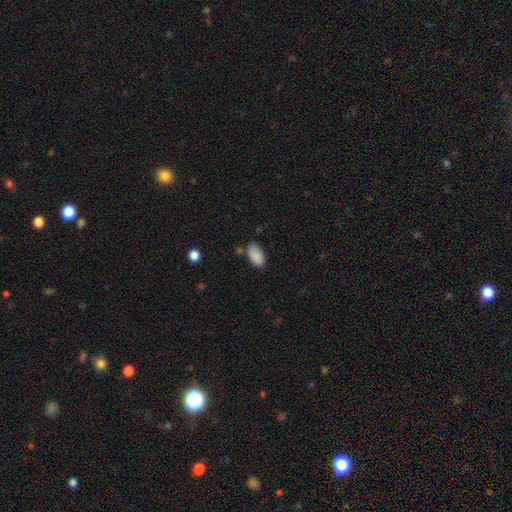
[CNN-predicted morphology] A smooth galaxy with no disk features (88%) that is in between round and cigar-shaped (94%).

Vote fractions:
- Smooth or featured? smooth: 88% / star or artifact: 7% / featured or disk: 4%
- How rounded? in between: 94% / round: 4% / cigar-shaped: 2%
- Merging? none: 75% / minor disturbance: 17% / merger: 5% / major disturbance: 4%